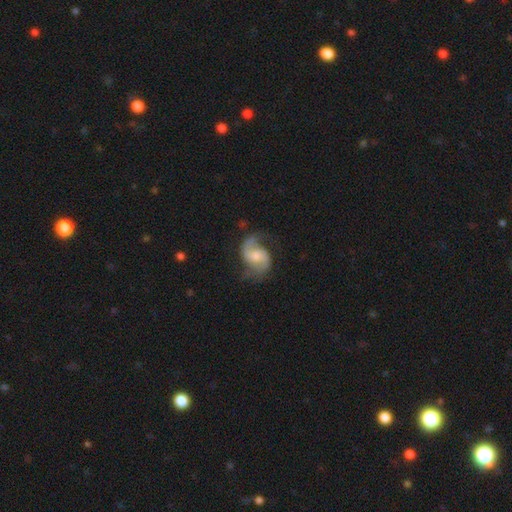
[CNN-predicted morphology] This is clearly a featured or disk galaxy (81%). It is clearly not viewed edge-on (98%). Bar: possibly no (49%). Spiral arm pattern: clearly yes (95%). Spiral arm count: clearly 2 (87%). Spiral winding: possibly loose (46%). Central bulge: marginally moderate (45%). Merging: likely none (63%).